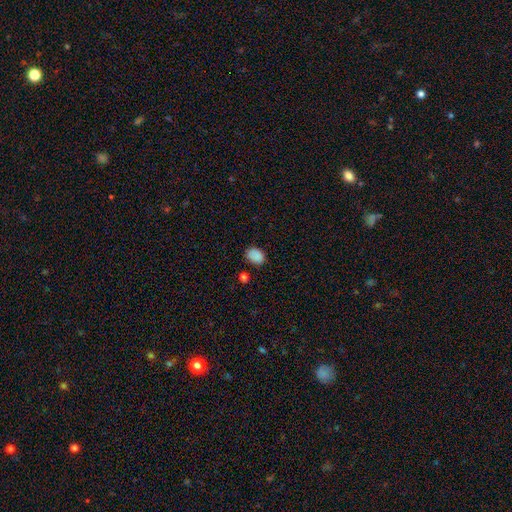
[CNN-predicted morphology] smooth 87%, star or artifact 9%, featured or disk 4%. Down the decision tree: how rounded — in between (71%); merging — none (75%).